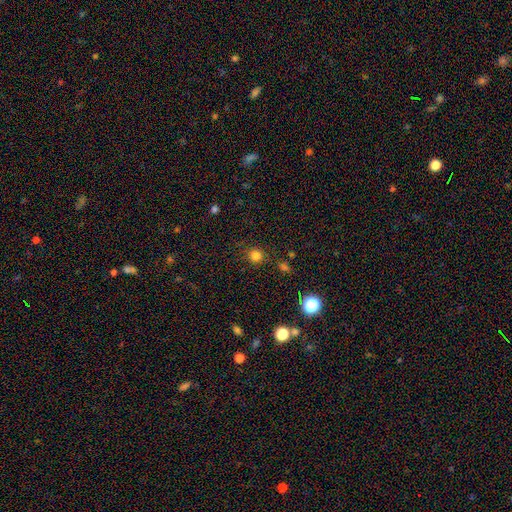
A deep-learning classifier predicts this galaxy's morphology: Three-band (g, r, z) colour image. It shows a smooth galaxy with no disk features (79%) that is round (90%). Merging: none (85%).